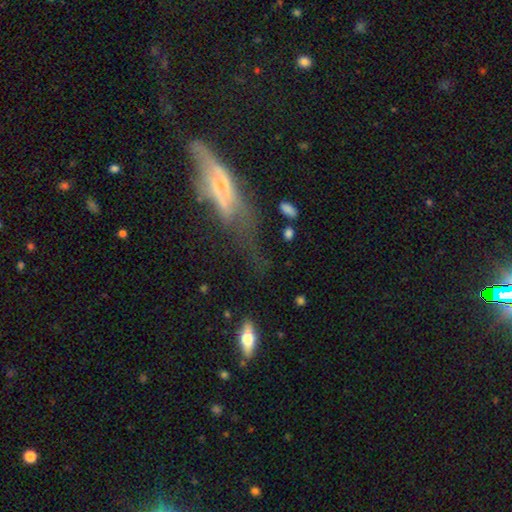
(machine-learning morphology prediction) This is possibly a featured or disk galaxy (51%). It is possibly viewed edge-on (57%). Merging: marginally none (44%).